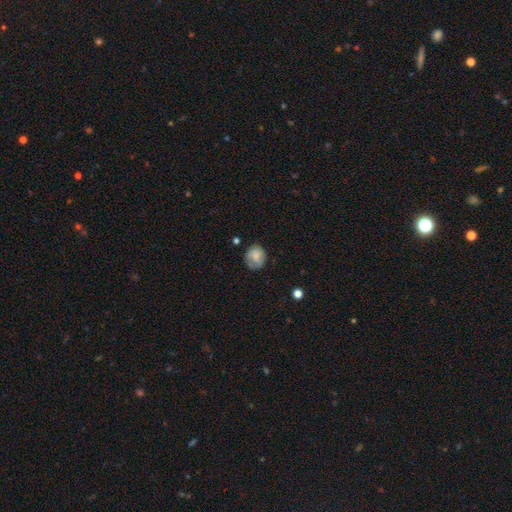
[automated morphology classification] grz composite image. It shows a smooth galaxy with no disk features (70%) that is round (74%). Merging: none (65%).